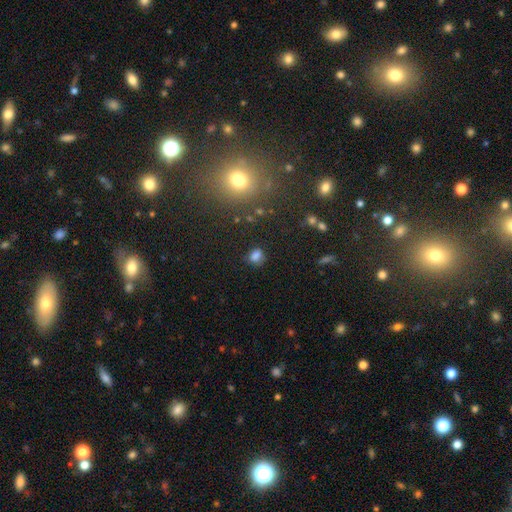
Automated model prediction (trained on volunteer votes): This is likely a smooth galaxy (75%). How rounded: possibly in between (52%). Merging: likely none (68%).